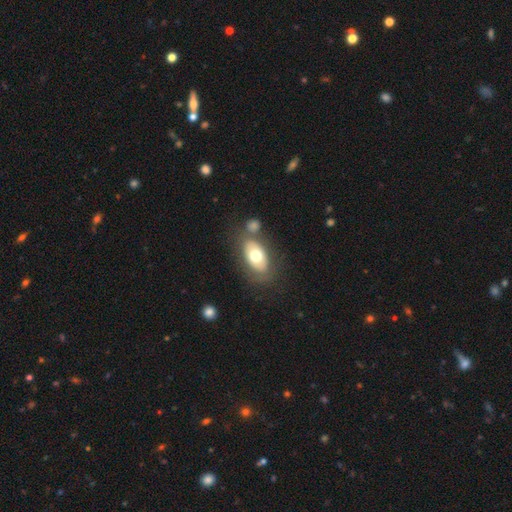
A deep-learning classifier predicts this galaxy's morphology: Smooth or featured?
  - smooth: 63% *
  - featured or disk: 30%
  - star or artifact: 7%
How rounded?
  - in between: 90% *
  - round: 7%
  - cigar-shaped: 2%
Merging?
  - none: 63% *
  - merger: 16%
  - minor disturbance: 14%
  - major disturbance: 7%